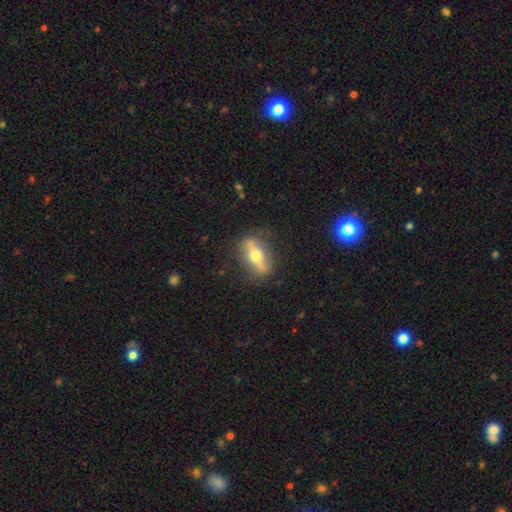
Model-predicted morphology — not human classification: Q: Smooth or featured?
A: featured or disk (59%); runner-up: smooth (35%)
Q: Edge-on disk?
A: yes (69%); runner-up: no (31%)
Q: Merging?
A: none (82%); runner-up: minor disturbance (12%)